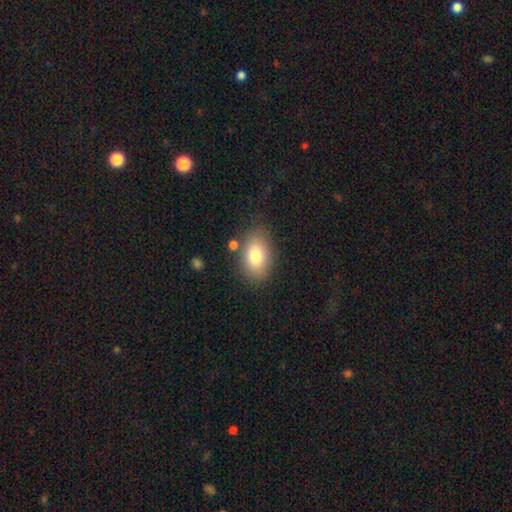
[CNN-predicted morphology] This appears to be a smooth galaxy with no disk features (79%) that is in between round and cigar-shaped (87%). Merging: none (77%).